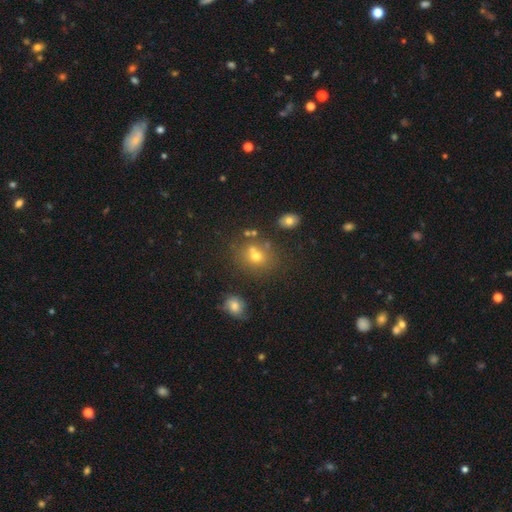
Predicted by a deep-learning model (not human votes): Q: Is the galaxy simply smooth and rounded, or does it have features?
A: smooth — 65%.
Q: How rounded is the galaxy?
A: round — 65%.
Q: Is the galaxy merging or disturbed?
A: none — 60%.